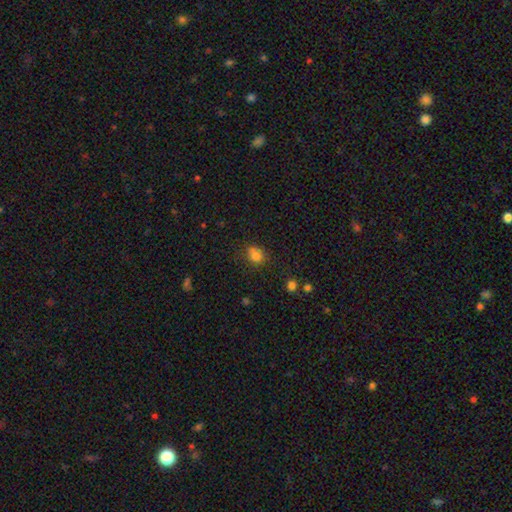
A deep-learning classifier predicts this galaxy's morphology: Overall: smooth (78%). How rounded: round (70%). Merging: none (59%; minor disturbance 19%).